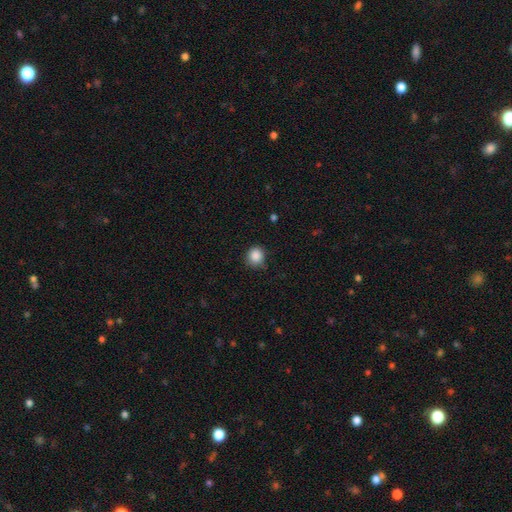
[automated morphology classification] smooth-or-featured: smooth: 88% | star or artifact: 9% | featured or disk: 3%
  how-rounded: round: 85% | in between: 14% | cigar-shaped: 1%
  merging: none: 82% | minor disturbance: 14% | major disturbance: 3% | merger: 1%